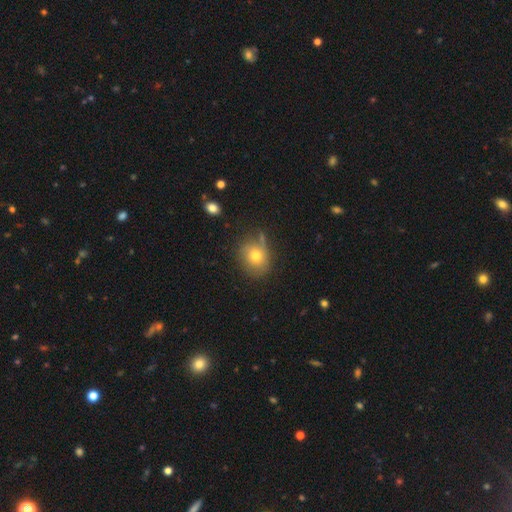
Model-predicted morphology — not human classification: Smooth or featured?
  - smooth: 73% *
  - featured or disk: 15%
  - star or artifact: 12%
How rounded?
  - round: 66% *
  - in between: 33%
  - cigar-shaped: 1%
Merging?
  - none: 66% *
  - minor disturbance: 21%
  - major disturbance: 8%
  - merger: 6%